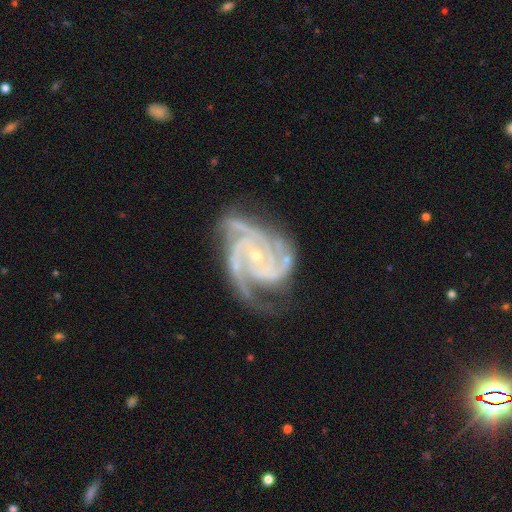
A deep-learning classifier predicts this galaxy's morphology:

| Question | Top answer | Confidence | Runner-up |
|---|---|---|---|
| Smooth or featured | featured or disk | 93% | star or artifact (4%) |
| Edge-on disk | no | 98% | yes (2%) |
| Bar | no | 68% | weak (22%) |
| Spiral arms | yes | 99% | no (1%) |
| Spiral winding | tight | 60% | medium (36%) |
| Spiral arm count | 3 | 58% | 4 (21%) |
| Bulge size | small | 77% | moderate (20%) |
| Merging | none | 64% | minor disturbance (22%) |